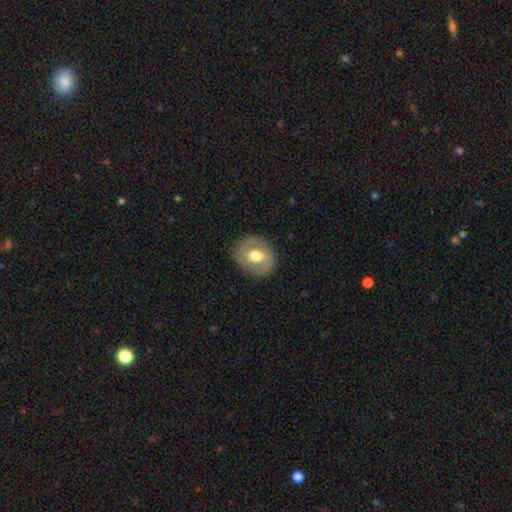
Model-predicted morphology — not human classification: A featured or disk galaxy (52%).

Vote fractions:
- Smooth or featured? featured or disk: 52% / smooth: 42% / star or artifact: 6%
- Edge-on disk? no: 95% / yes: 5%
- Merging? none: 83% / minor disturbance: 11% / major disturbance: 4% / merger: 1%